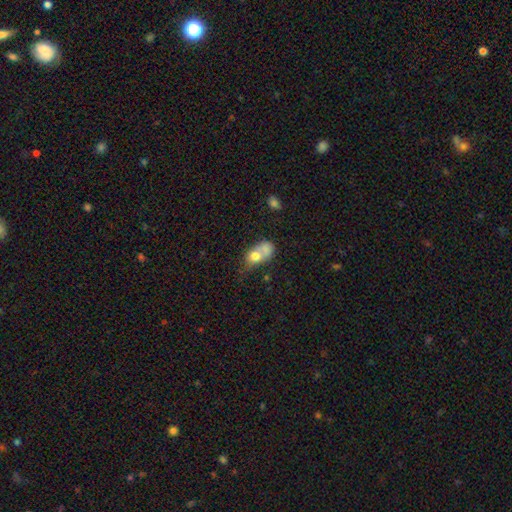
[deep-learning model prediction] Smooth or featured? smooth (67%)
How rounded? in between (64%)
Merging? merger (57%)